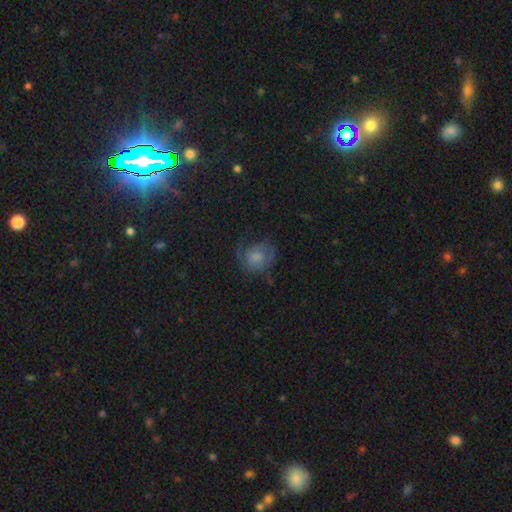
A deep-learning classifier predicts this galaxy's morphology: Smooth or featured?
  - featured or disk: 41% *
  - smooth: 35%
  - star or artifact: 24%
Merging?
  - none: 64% *
  - minor disturbance: 20%
  - major disturbance: 14%
  - merger: 2%